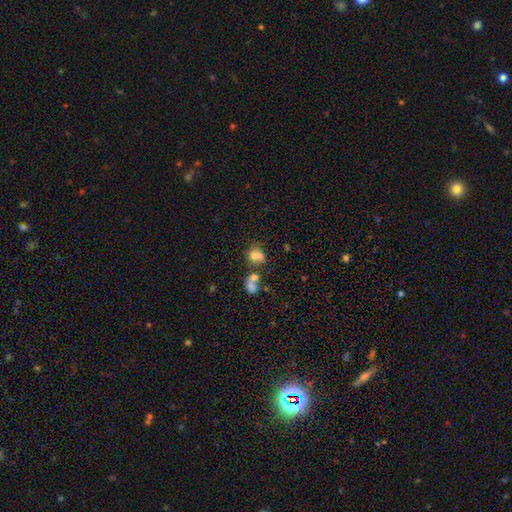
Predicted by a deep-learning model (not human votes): Smooth or featured? smooth (70%)
How rounded? round (58%)
Merging? merger (44%)